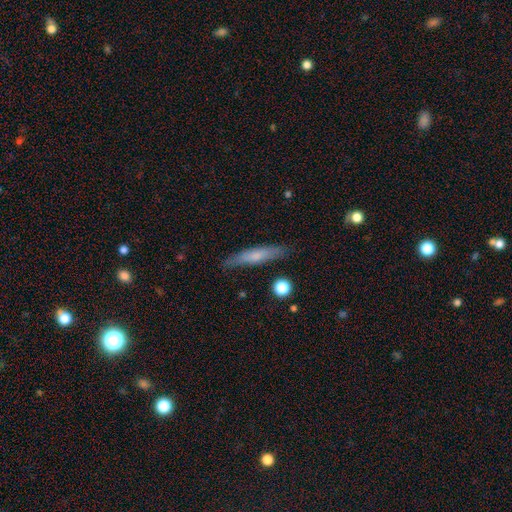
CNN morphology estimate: Smooth or featured? smooth (60%)
How rounded? cigar-shaped (89%)
Merging? none (85%)